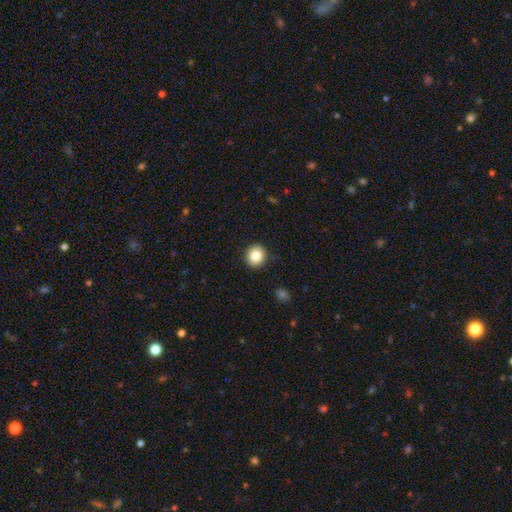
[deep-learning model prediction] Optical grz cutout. It shows a smooth galaxy with no disk features (84%) that is round (84%). Merging: none (91%).